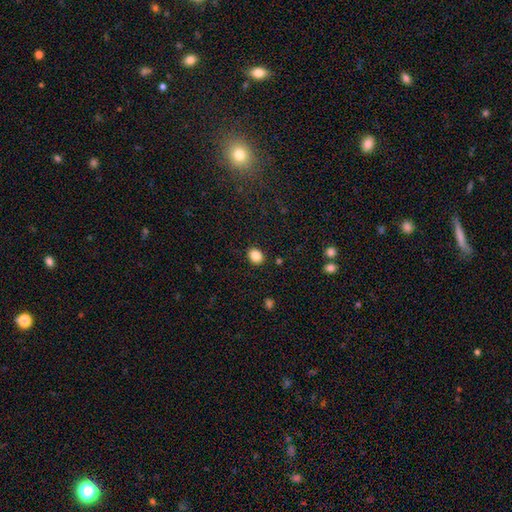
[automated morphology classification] Overall: smooth (86%). How rounded: round (52%; in between 47%). Merging: none (89%).